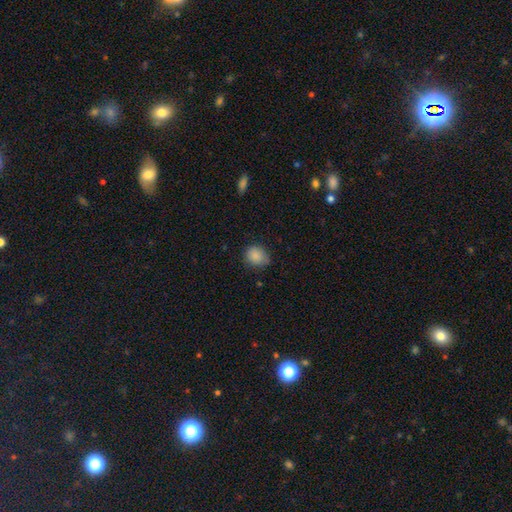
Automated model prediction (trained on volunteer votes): Smooth or featured?
  - smooth: 87% *
  - star or artifact: 9%
  - featured or disk: 5%
How rounded?
  - round: 64% *
  - in between: 36%
  - cigar-shaped: 1%
Merging?
  - none: 74% *
  - minor disturbance: 21%
  - major disturbance: 4%
  - merger: 1%